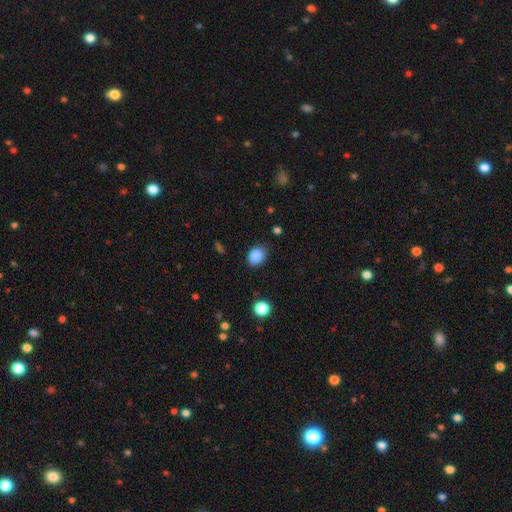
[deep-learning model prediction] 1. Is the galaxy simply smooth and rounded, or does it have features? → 86% smooth, 9% star or artifact, 4% featured or disk.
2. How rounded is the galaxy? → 57% in between, 42% round, 1% cigar-shaped.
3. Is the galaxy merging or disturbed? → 83% none, 12% minor disturbance, 3% major disturbance, 1% merger.